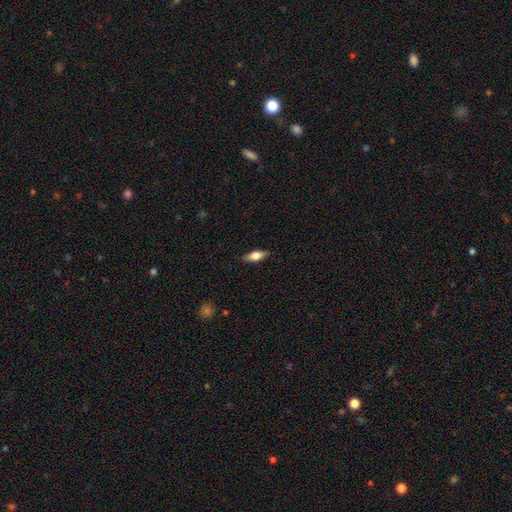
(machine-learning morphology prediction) smooth 64%, featured or disk 29%, star or artifact 7%. Down the decision tree: how rounded — in between (70%); merging — none (86%).